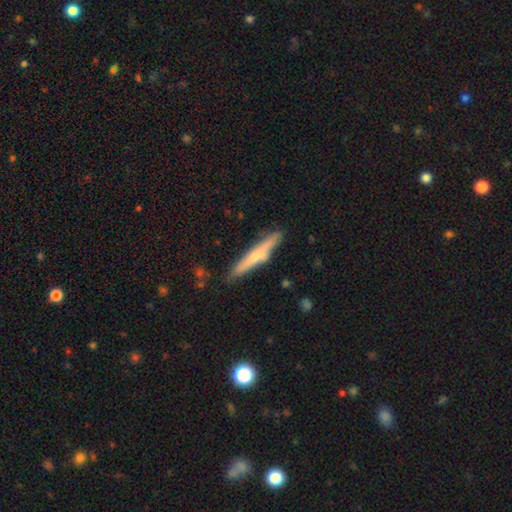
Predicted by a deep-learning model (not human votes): Smooth or featured: smooth — 49% (featured or disk — 45%)
Merging: none — 82% (minor disturbance — 13%)